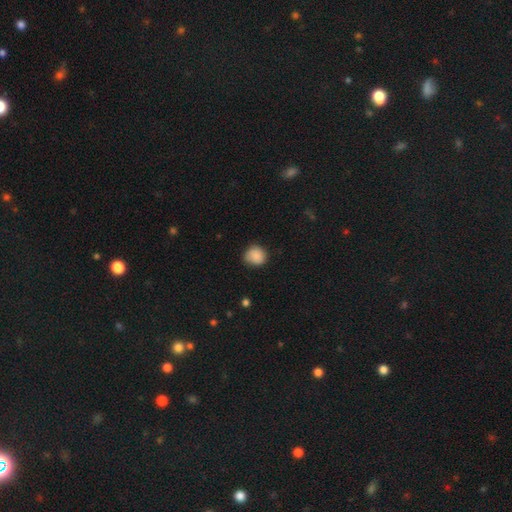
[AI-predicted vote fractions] A smooth galaxy with no disk features (87%) that is round (83%).

Vote fractions:
- Smooth or featured? smooth: 87% / star or artifact: 8% / featured or disk: 5%
- How rounded? round: 83% / in between: 16% / cigar-shaped: 1%
- Merging? none: 74% / minor disturbance: 22% / major disturbance: 4% / merger: 1%